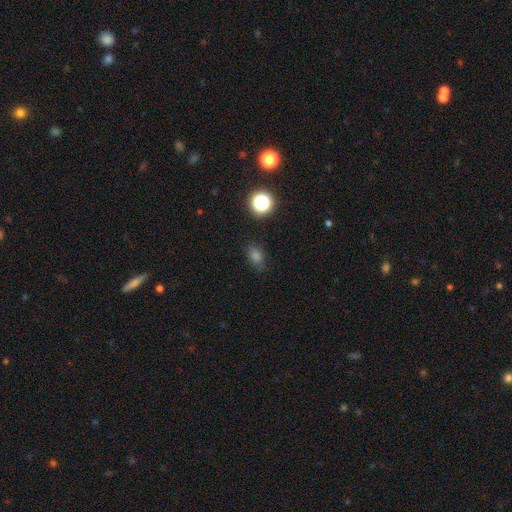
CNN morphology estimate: This is likely a smooth galaxy (73%). How rounded: likely in between (67%). Merging: likely none (78%).